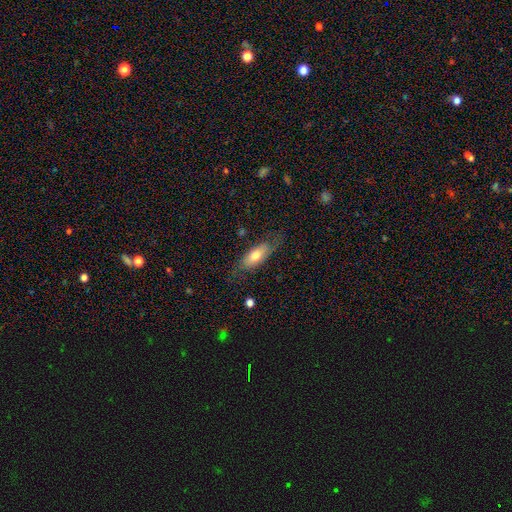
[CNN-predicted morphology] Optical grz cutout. It shows a smooth galaxy with no disk features (63%) that is in between round and cigar-shaped (76%). Merging: none (68%).